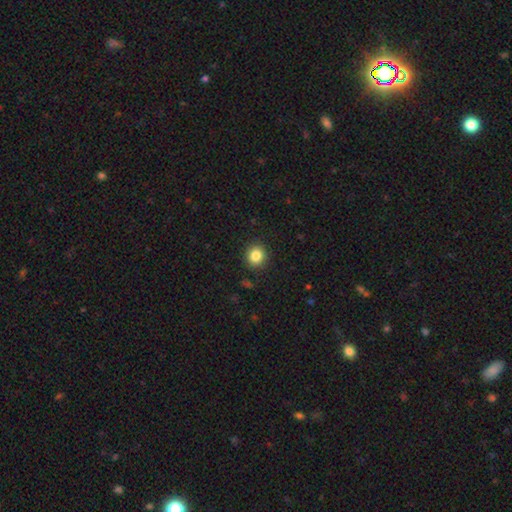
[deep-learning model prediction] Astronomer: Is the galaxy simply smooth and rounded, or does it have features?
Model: smooth — 85%.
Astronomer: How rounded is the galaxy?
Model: round — 83%.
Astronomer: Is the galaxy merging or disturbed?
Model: none — 90%.